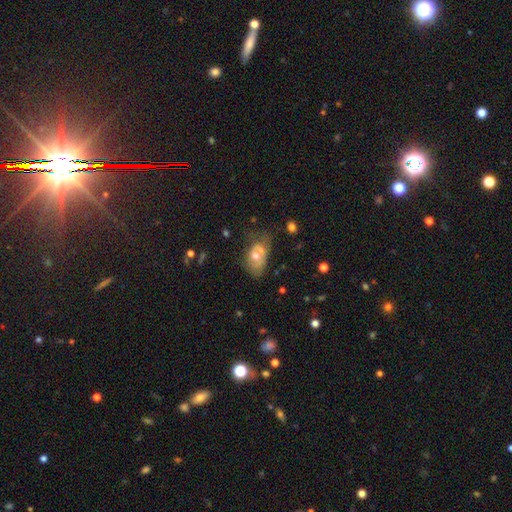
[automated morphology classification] This is possibly a smooth galaxy (45%). Merging: marginally none (36%).